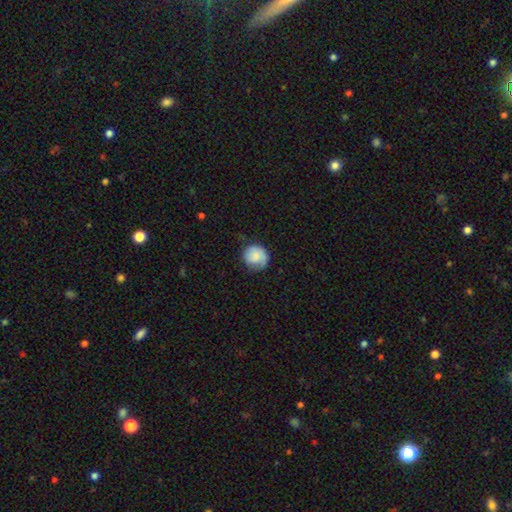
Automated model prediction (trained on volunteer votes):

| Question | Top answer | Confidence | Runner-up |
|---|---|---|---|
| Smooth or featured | smooth | 72% | featured or disk (21%) |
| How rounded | round | 84% | in between (15%) |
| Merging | none | 64% | minor disturbance (26%) |